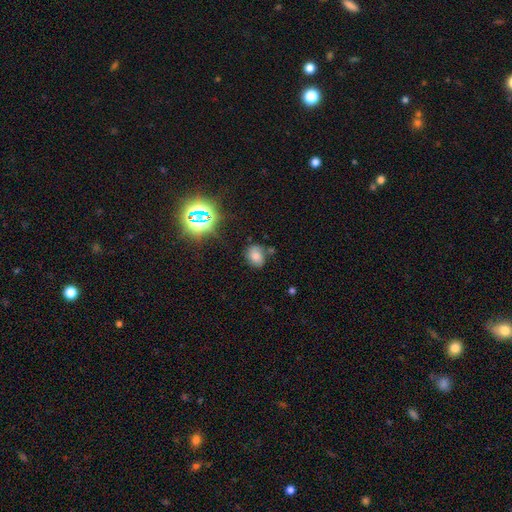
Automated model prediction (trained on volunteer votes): Smooth or featured? smooth (62%)
How rounded? in between (61%)
Merging? none (63%)